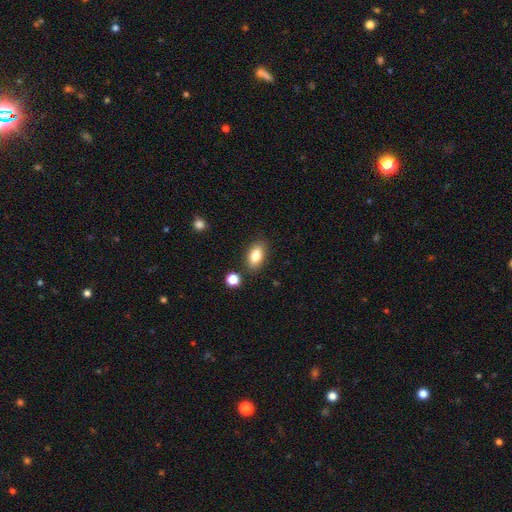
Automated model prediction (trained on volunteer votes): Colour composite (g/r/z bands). It shows a smooth galaxy with no disk features (84%) that is in between round and cigar-shaped (89%). Merging: none (83%).